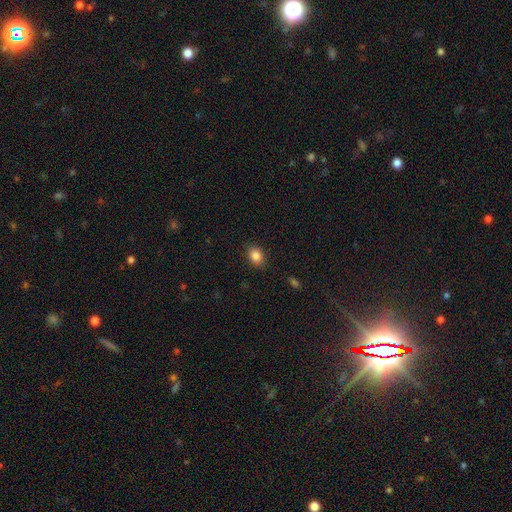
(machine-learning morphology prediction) smooth-or-featured: smooth: 85% | star or artifact: 10% | featured or disk: 5%
  how-rounded: in between: 61% | round: 38% | cigar-shaped: 1%
  merging: none: 86% | minor disturbance: 10% | major disturbance: 3% | merger: 1%